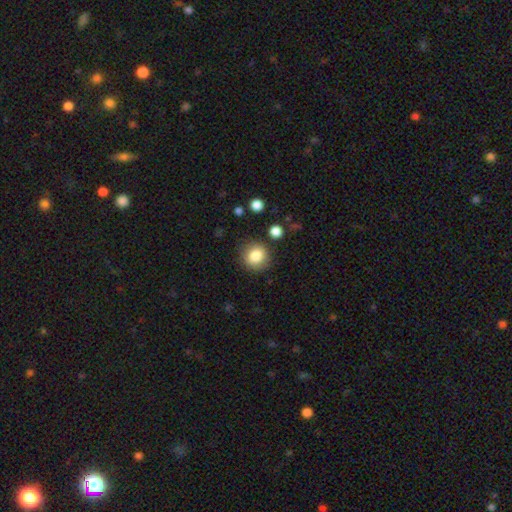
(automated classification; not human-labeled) smooth-or-featured: smooth: 84% | star or artifact: 9% | featured or disk: 6%
  how-rounded: round: 89% | in between: 10% | cigar-shaped: 1%
  merging: none: 85% | minor disturbance: 9% | major disturbance: 3% | merger: 3%